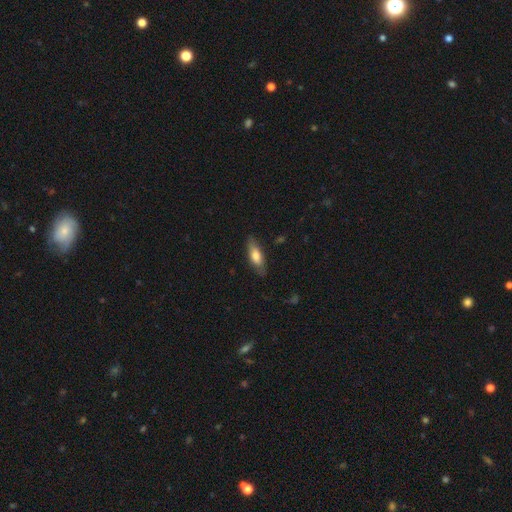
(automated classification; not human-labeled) Q: Smooth or featured?
A: smooth (67%); runner-up: featured or disk (27%)
Q: How rounded?
A: in between (63%); runner-up: cigar-shaped (35%)
Q: Merging?
A: none (80%); runner-up: minor disturbance (16%)